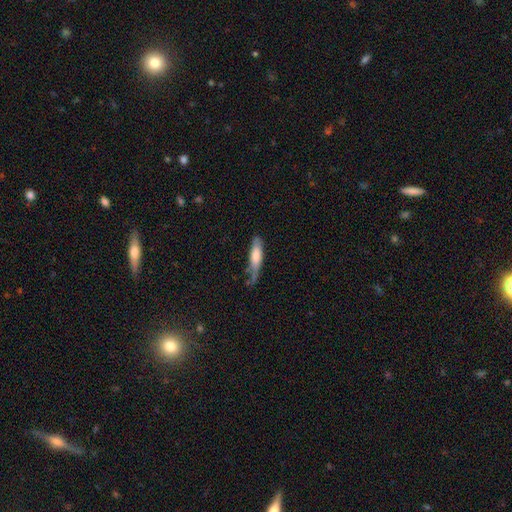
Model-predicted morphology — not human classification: A smooth galaxy with no disk features (60%) that is cigar-shaped (73%).

Vote fractions:
- Smooth or featured? smooth: 60% / featured or disk: 33% / star or artifact: 6%
- How rounded? cigar-shaped: 73% / in between: 25% / round: 2%
- Merging? none: 49% / minor disturbance: 33% / major disturbance: 14% / merger: 4%